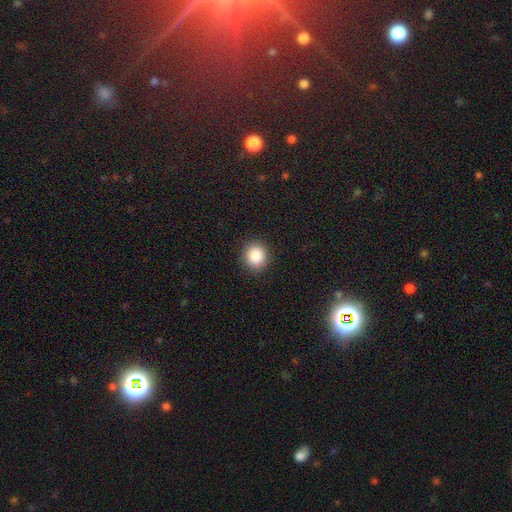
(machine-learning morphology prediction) smooth_or_featured: smooth (p=0.88) [alt: star or artifact p=0.09]
how_rounded: round (p=0.89) [alt: in between p=0.10]
merging: none (p=0.91) [alt: minor disturbance p=0.06]